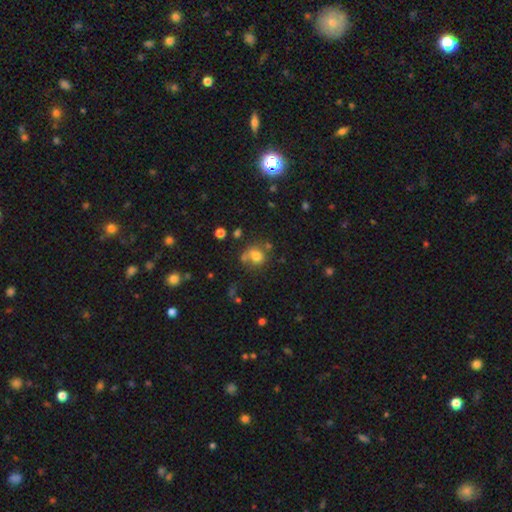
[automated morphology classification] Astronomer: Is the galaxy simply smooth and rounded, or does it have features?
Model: smooth — 73%.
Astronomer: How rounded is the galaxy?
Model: round — 66%.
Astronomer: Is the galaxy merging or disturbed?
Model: none — 51%.